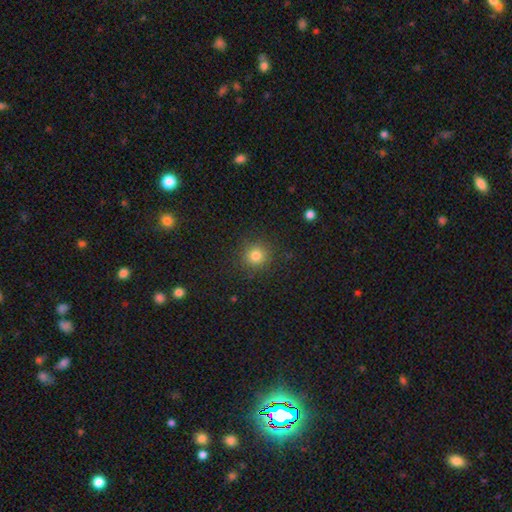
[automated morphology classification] Smooth or featured?
  - smooth: 81% *
  - star or artifact: 14%
  - featured or disk: 6%
How rounded?
  - round: 93% *
  - in between: 6%
  - cigar-shaped: 1%
Merging?
  - none: 89% *
  - minor disturbance: 7%
  - major disturbance: 3%
  - merger: 1%